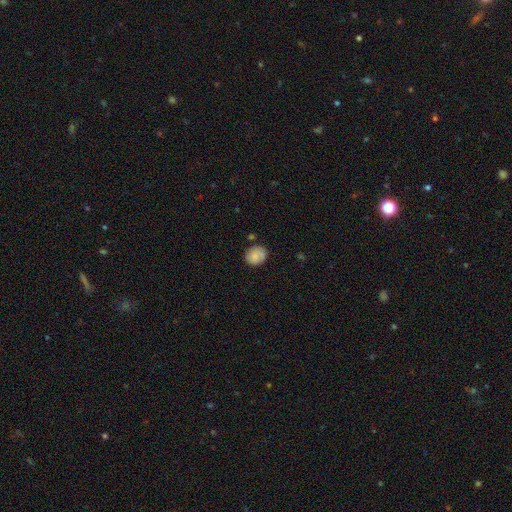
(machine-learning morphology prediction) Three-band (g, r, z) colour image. It shows a smooth galaxy with no disk features (75%) that is round (63%). Merging: none (73%).